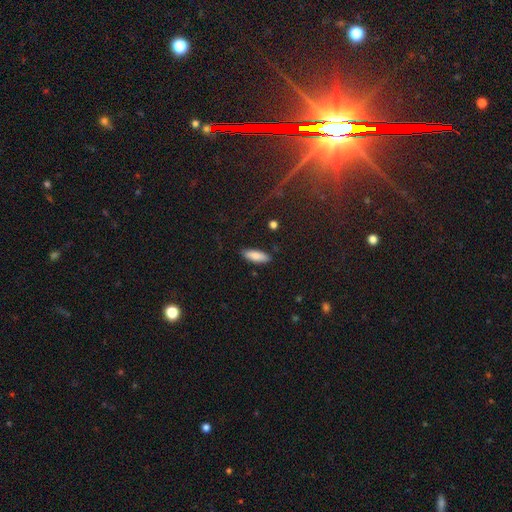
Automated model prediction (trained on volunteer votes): smooth-or-featured: smooth: 86% | featured or disk: 8% | star or artifact: 6%
  how-rounded: in between: 61% | cigar-shaped: 37% | round: 2%
  merging: none: 87% | minor disturbance: 10% | major disturbance: 2% | merger: 1%